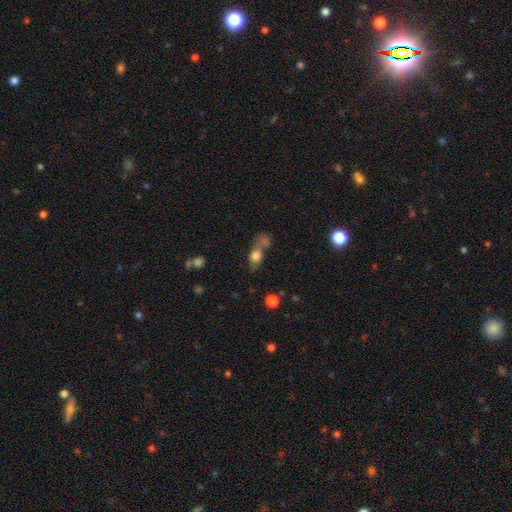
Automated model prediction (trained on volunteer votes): Morphology: type=smooth (75%); roundness=in between (58%); merging=merger (43%).